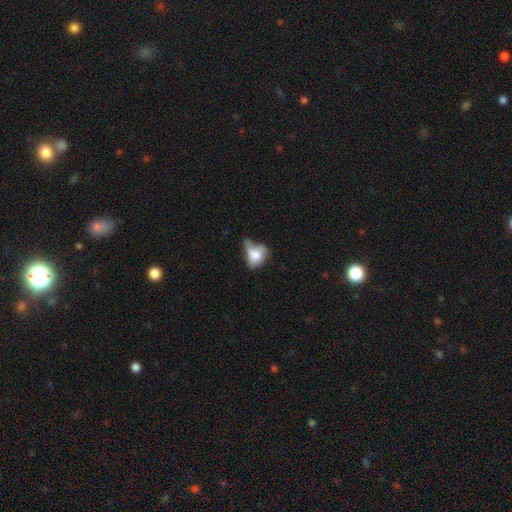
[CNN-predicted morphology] Smooth or featured?
  - smooth: 66% *
  - featured or disk: 24%
  - star or artifact: 10%
How rounded?
  - in between: 69% *
  - round: 29%
  - cigar-shaped: 2%
Merging?
  - major disturbance: 30% *
  - minor disturbance: 27%
  - none: 23%
  - merger: 21%